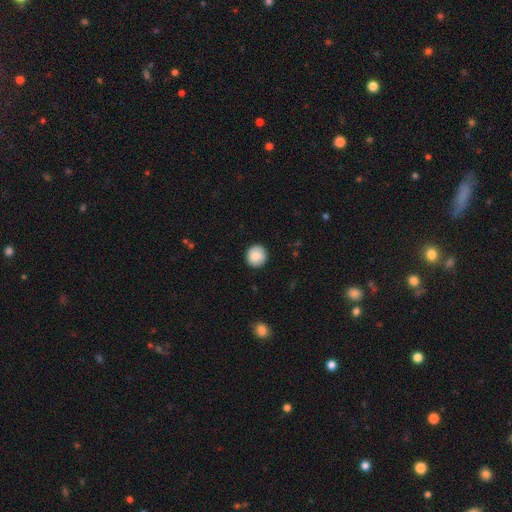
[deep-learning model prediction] Morphology: type=smooth (85%); roundness=round (94%); merging=none (90%).